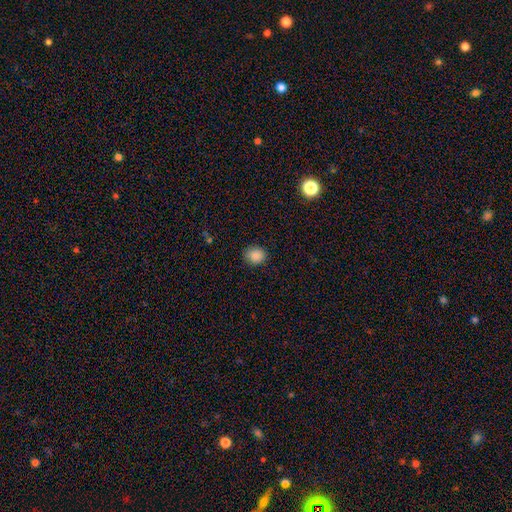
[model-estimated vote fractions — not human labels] smooth_or_featured: smooth (p=0.87) [alt: star or artifact p=0.10]
how_rounded: round (p=0.71) [alt: in between p=0.28]
merging: none (p=0.87) [alt: minor disturbance p=0.10]